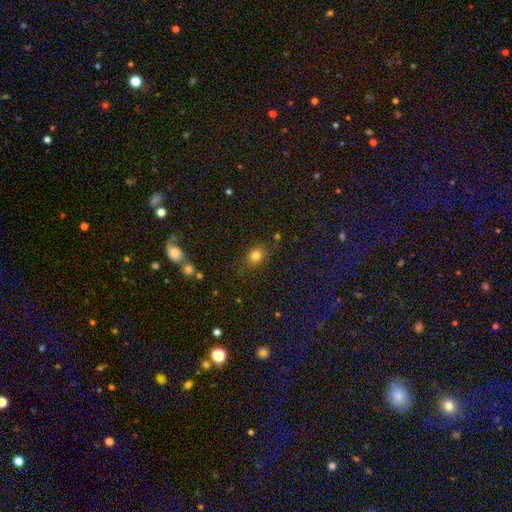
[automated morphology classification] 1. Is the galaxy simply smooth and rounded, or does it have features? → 79% smooth, 13% star or artifact, 8% featured or disk.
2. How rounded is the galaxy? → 62% round, 37% in between, 2% cigar-shaped.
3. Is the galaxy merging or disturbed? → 76% none, 17% minor disturbance, 5% major disturbance, 2% merger.